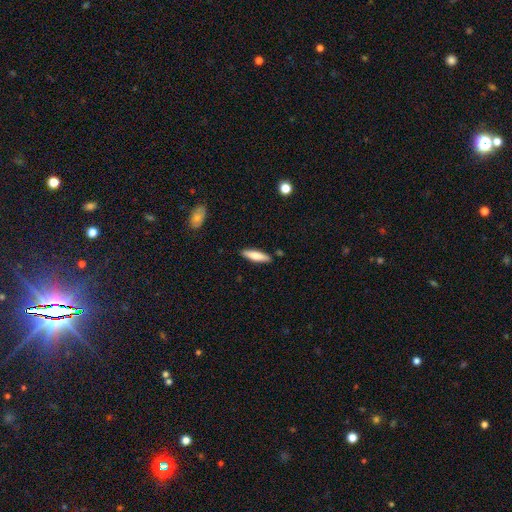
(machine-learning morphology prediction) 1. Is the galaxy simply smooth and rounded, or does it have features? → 74% smooth, 21% featured or disk, 6% star or artifact.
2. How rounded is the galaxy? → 72% cigar-shaped, 27% in between, 1% round.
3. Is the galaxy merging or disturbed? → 87% none, 10% minor disturbance, 2% merger, 2% major disturbance.